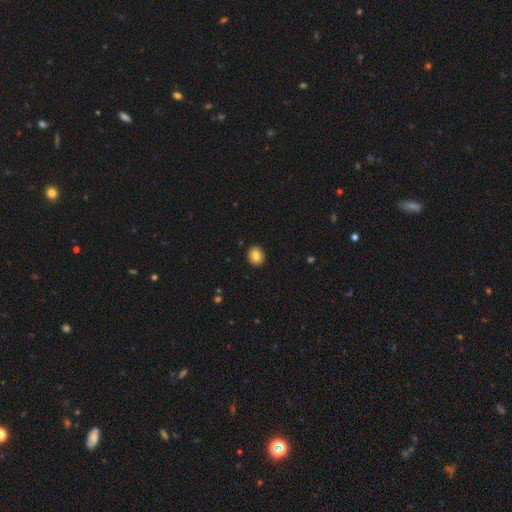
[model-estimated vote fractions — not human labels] smooth_or_featured: smooth (p=0.82) [alt: featured or disk p=0.10]
how_rounded: round (p=0.80) [alt: in between p=0.19]
merging: none (p=0.92) [alt: minor disturbance p=0.06]